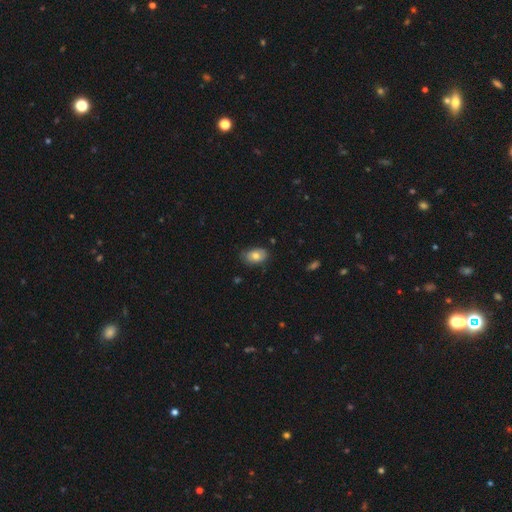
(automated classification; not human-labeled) Morphology: type=smooth (76%); roundness=in between (87%); merging=none (75%).